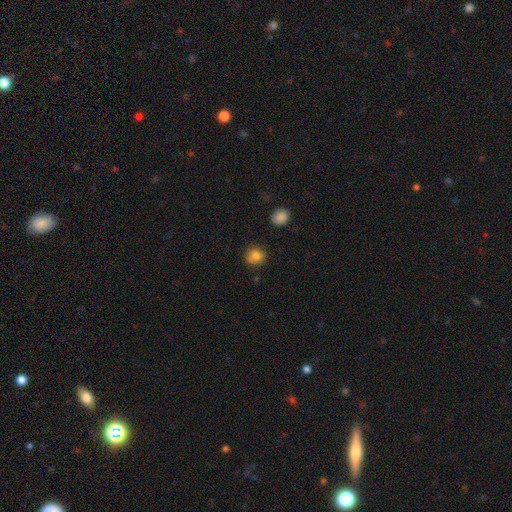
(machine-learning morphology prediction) Smooth or featured? smooth (81%)
How rounded? round (84%)
Merging? none (76%)